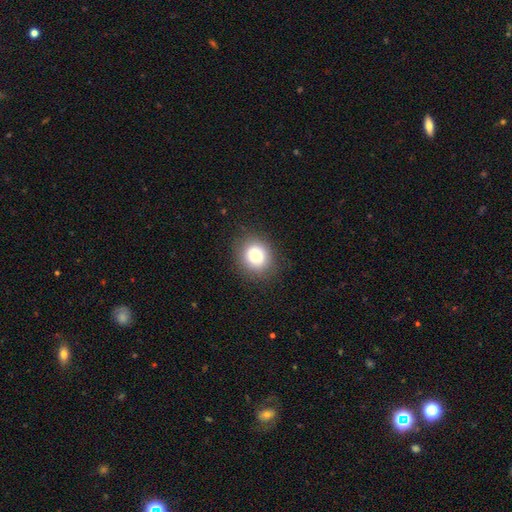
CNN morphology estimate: smooth-or-featured: smooth: 81% | star or artifact: 10% | featured or disk: 9%
  how-rounded: round: 72% | in between: 27% | cigar-shaped: 1%
  merging: none: 86% | minor disturbance: 10% | major disturbance: 3% | merger: 1%